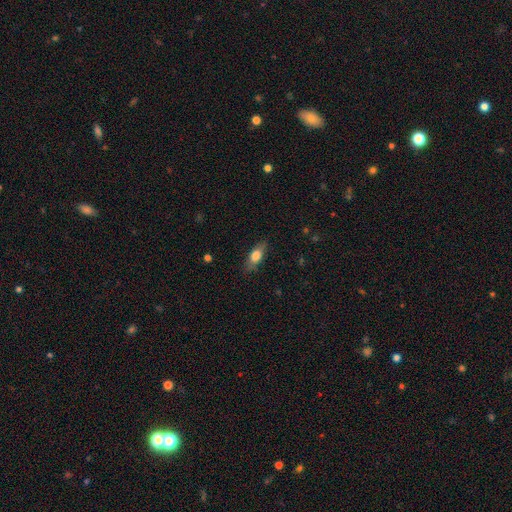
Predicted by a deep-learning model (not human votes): smooth-or-featured: smooth: 70% | featured or disk: 23% | star or artifact: 7%
  how-rounded: in between: 72% | cigar-shaped: 23% | round: 5%
  merging: none: 81% | minor disturbance: 14% | major disturbance: 4% | merger: 1%